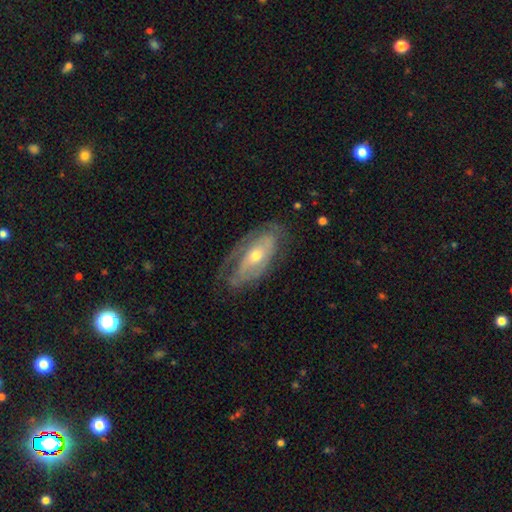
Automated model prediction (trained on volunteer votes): Smooth or featured: featured or disk — 75% (smooth — 19%)
Edge-on disk: no — 87% (yes — 13%)
Bar: no — 60% (weak — 26%)
Spiral arms: yes — 77% (no — 23%)
Spiral winding: tight — 54% (medium — 32%)
Spiral arm count: 2 — 45% (can't tell — 36%)
Bulge size: moderate — 54% (small — 42%)
Merging: none — 66% (minor disturbance — 21%)